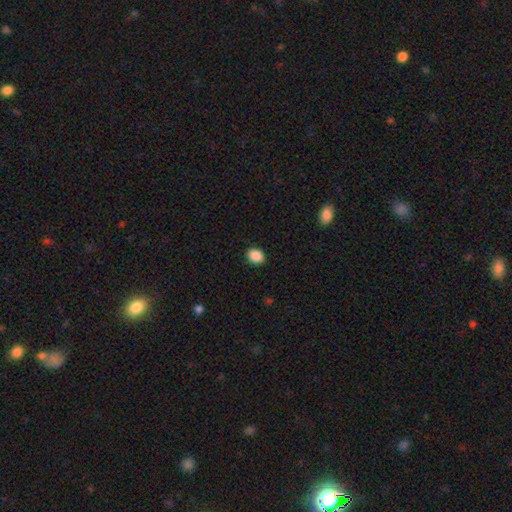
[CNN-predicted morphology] smooth_or_featured: smooth (p=0.89) [alt: star or artifact p=0.09]
how_rounded: round (p=0.51) [alt: in between p=0.48]
merging: none (p=0.90) [alt: minor disturbance p=0.07]